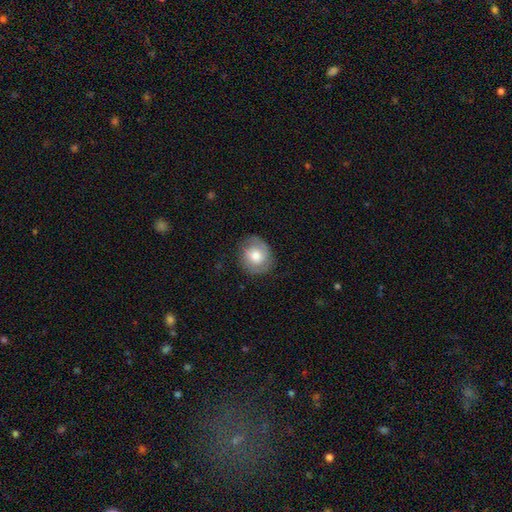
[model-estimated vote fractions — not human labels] smooth 60%, featured or disk 32%, star or artifact 7%. Down the decision tree: how rounded — round (75%); merging — none (74%).